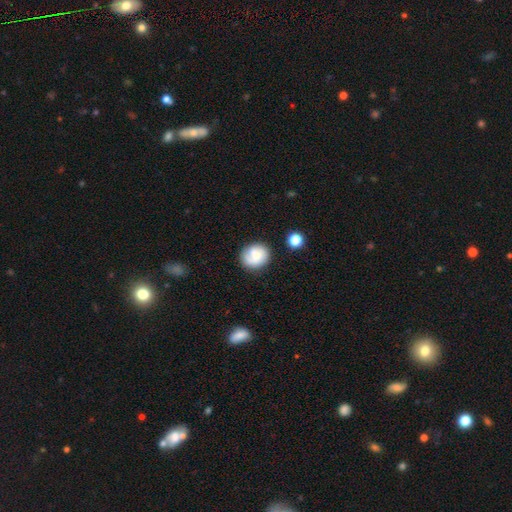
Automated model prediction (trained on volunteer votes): smooth-or-featured: smooth: 67% | featured or disk: 25% | star or artifact: 9%
  how-rounded: round: 73% | in between: 26% | cigar-shaped: 1%
  merging: none: 73% | minor disturbance: 17% | major disturbance: 6% | merger: 4%